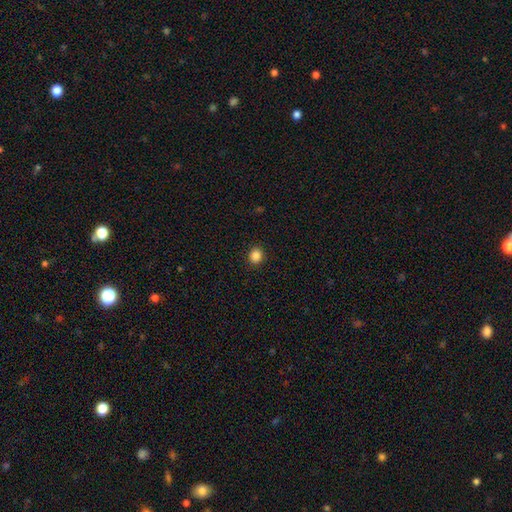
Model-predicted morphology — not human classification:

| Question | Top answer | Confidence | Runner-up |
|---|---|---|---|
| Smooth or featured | smooth | 86% | star or artifact (11%) |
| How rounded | round | 75% | in between (24%) |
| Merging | none | 92% | minor disturbance (6%) |